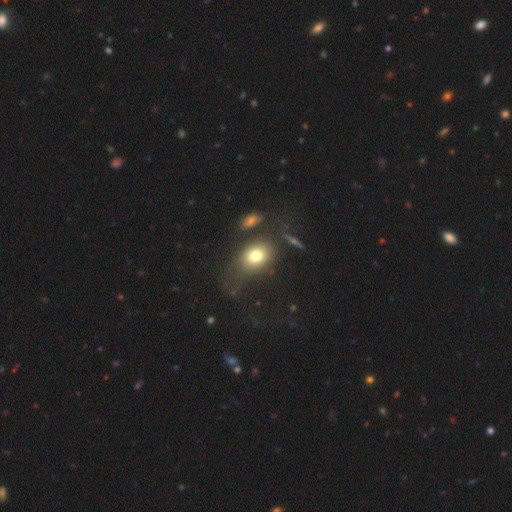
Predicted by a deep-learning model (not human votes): This appears to be a smooth galaxy with no disk features (75%) that is in between round and cigar-shaped (61%). Merging: none (58%).